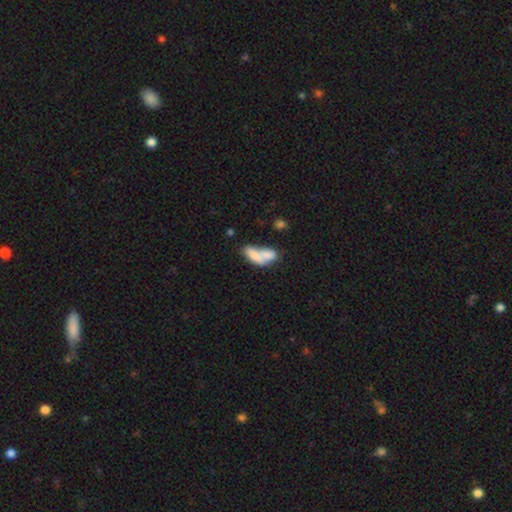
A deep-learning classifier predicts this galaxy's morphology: Smooth or featured? smooth (70%)
How rounded? in between (76%)
Merging? merger (61%)